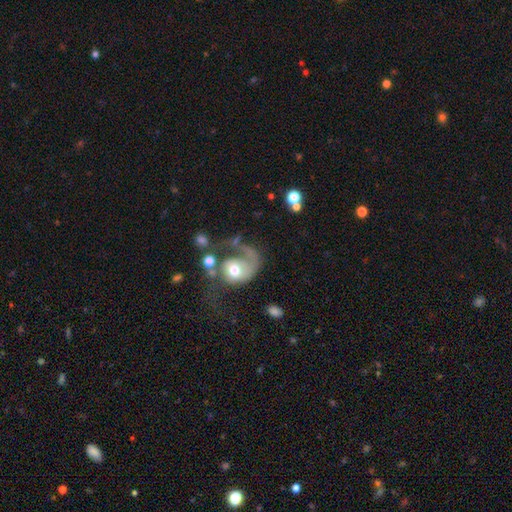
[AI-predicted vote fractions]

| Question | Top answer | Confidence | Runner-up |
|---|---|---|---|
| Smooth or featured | featured or disk | 75% | smooth (16%) |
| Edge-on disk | no | 97% | yes (3%) |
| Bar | no | 74% | weak (21%) |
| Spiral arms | yes | 85% | no (15%) |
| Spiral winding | loose | 40% | medium (39%) |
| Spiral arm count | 1 | 64% | 2 (26%) |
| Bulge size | moderate | 65% | small (20%) |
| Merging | major disturbance | 38% | none (26%) |